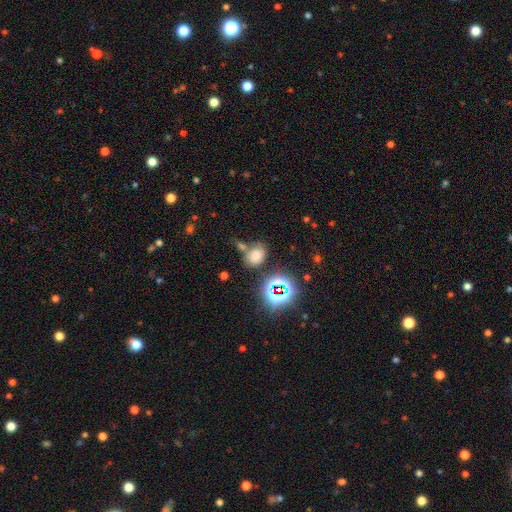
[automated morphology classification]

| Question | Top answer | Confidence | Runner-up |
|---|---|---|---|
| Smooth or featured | smooth | 63% | star or artifact (25%) |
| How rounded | in between | 64% | round (34%) |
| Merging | none | 51% | merger (22%) |